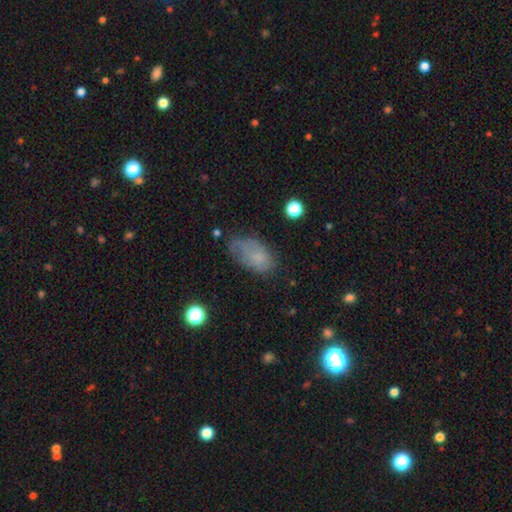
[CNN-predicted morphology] Smooth or featured?
  - smooth: 69% *
  - featured or disk: 19%
  - star or artifact: 12%
How rounded?
  - in between: 92% *
  - round: 5%
  - cigar-shaped: 3%
Merging?
  - none: 50% *
  - minor disturbance: 32%
  - major disturbance: 15%
  - merger: 3%